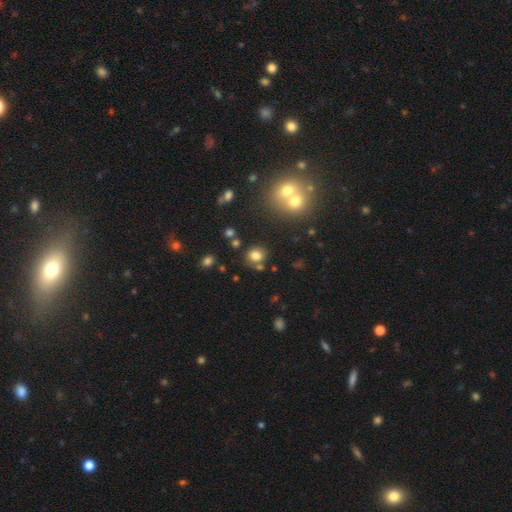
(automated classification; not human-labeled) This is likely a smooth galaxy (78%). How rounded: likely round (73%). Merging: likely none (73%).